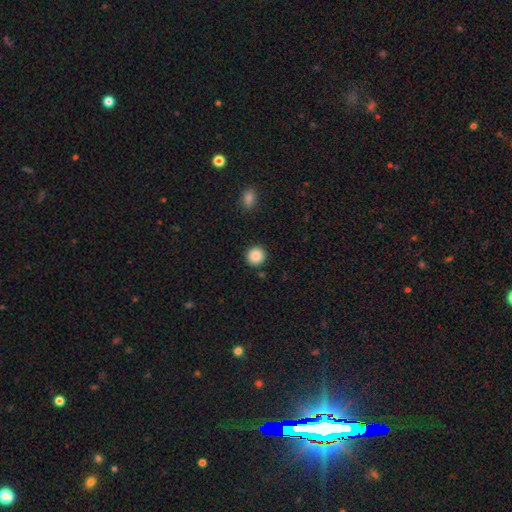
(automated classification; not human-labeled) This is clearly a smooth galaxy (88%). How rounded: clearly round (94%). Merging: clearly none (91%).